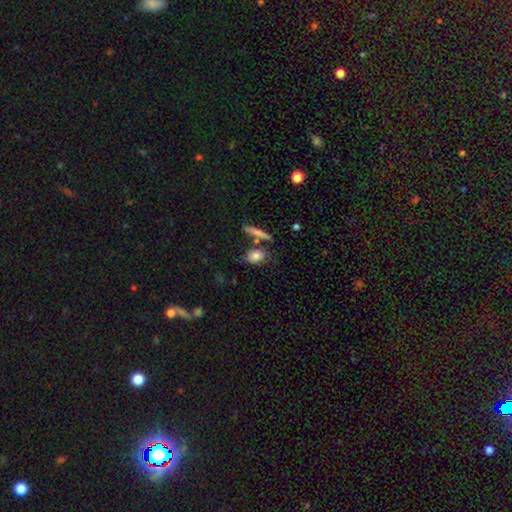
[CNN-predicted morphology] Q: Smooth or featured?
A: smooth (81%); runner-up: featured or disk (11%)
Q: How rounded?
A: in between (71%); runner-up: round (20%)
Q: Merging?
A: none (64%); runner-up: minor disturbance (16%)